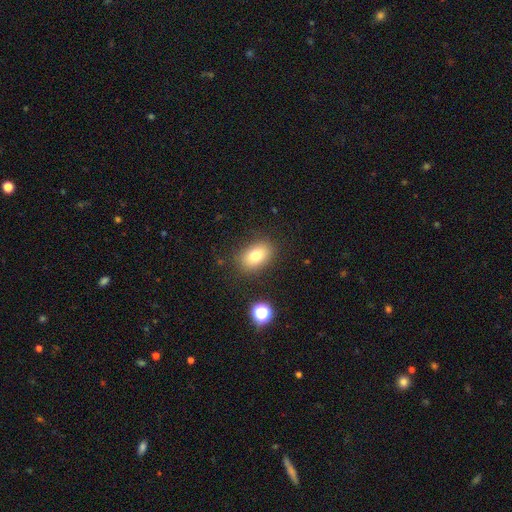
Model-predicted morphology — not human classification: Smooth or featured: smooth — 78% (featured or disk — 11%)
How rounded: in between — 82% (round — 16%)
Merging: none — 85% (minor disturbance — 10%)